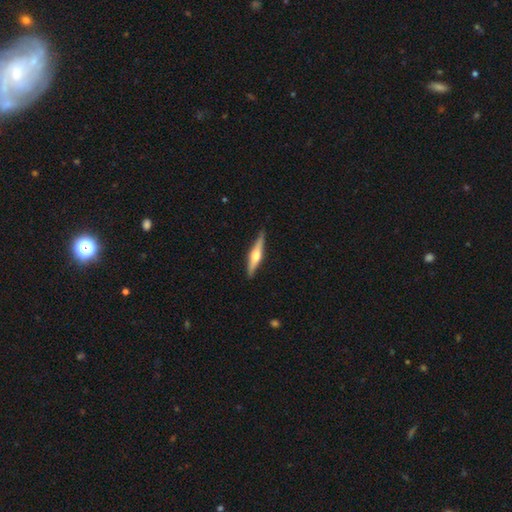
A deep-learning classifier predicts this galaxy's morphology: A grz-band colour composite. It shows a featured or disk galaxy (66%) viewed edge-on (97%) with a rounded central bulge (90%). Merging: none (88%).